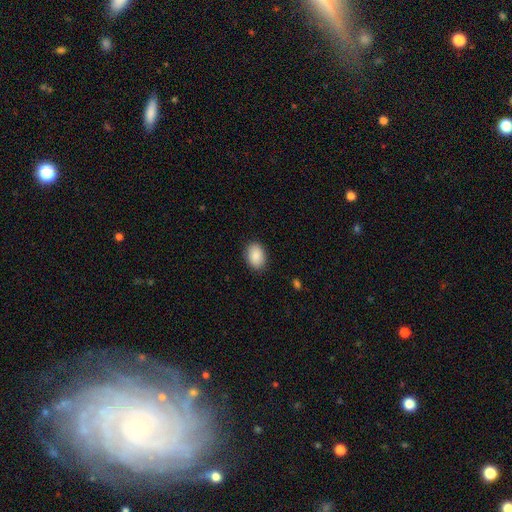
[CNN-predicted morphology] smooth-or-featured: smooth: 88% | star or artifact: 7% | featured or disk: 5%
  how-rounded: in between: 80% | round: 19% | cigar-shaped: 1%
  merging: none: 88% | minor disturbance: 9% | major disturbance: 2% | merger: 1%